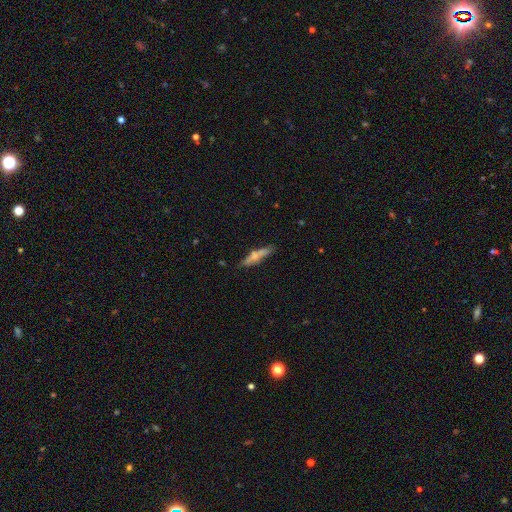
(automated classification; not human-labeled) Smooth or featured? Predicted: smooth (p=0.61). How rounded? Predicted: cigar-shaped (p=0.81). Merging? Predicted: none (p=0.69).